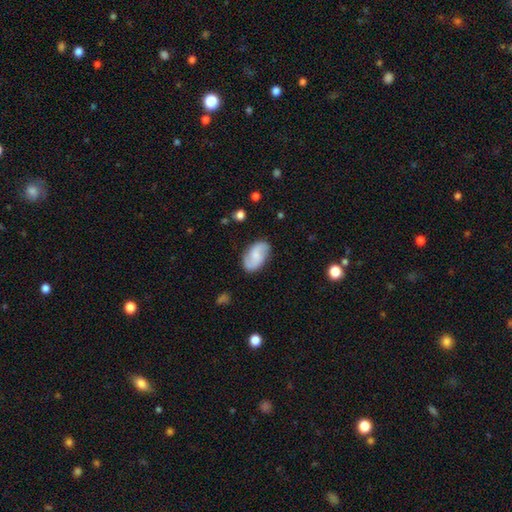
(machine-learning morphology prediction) featured or disk 53%, smooth 40%, star or artifact 7%. Down the decision tree: edge-on disk — no (97%); bar — no (51%); spiral arms — yes (90%); bulge size — small (45%); merging — none (80%).